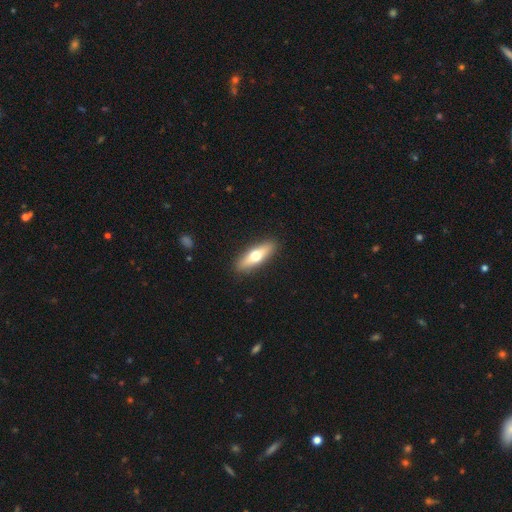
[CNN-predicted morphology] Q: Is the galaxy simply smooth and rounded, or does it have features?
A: smooth — 51%.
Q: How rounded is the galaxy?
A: cigar-shaped — 57%.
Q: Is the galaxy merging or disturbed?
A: none — 90%.